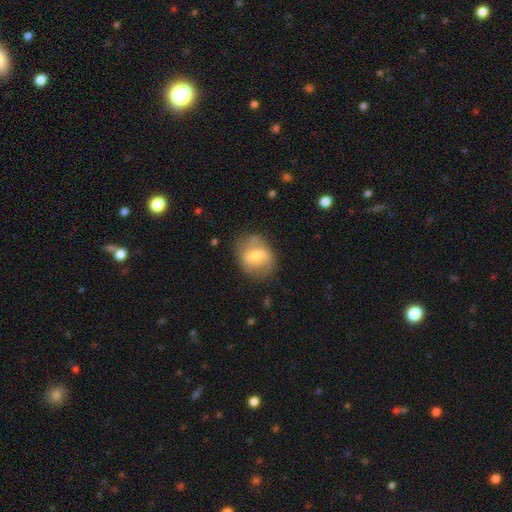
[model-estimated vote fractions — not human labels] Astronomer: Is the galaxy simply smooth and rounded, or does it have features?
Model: featured or disk — 47% (runner-up: smooth, 45%).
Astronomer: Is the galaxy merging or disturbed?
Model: none — 64%.